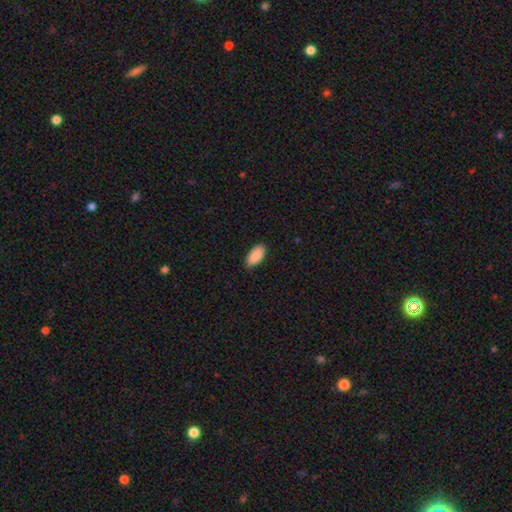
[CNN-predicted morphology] smooth 91%, star or artifact 6%, featured or disk 3%. Down the decision tree: how rounded — in between (92%); merging — none (87%).